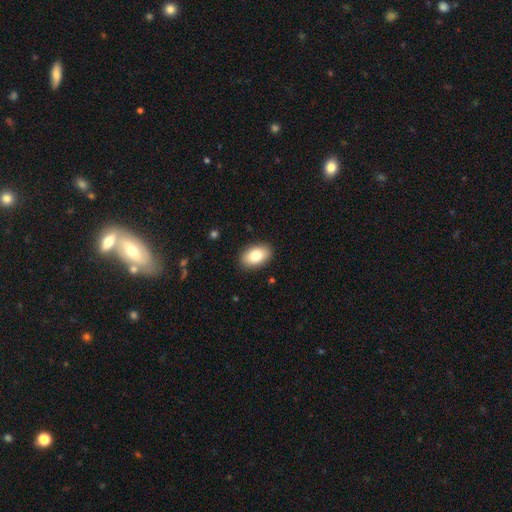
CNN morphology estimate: smooth 83%, featured or disk 10%, star or artifact 7%. Down the decision tree: how rounded — in between (91%); merging — none (88%).